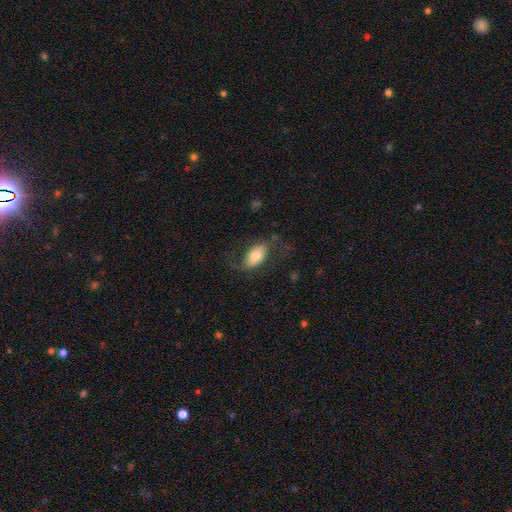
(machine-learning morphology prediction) smooth 65%, featured or disk 28%, star or artifact 7%. Down the decision tree: how rounded — in between (91%); merging — none (67%).